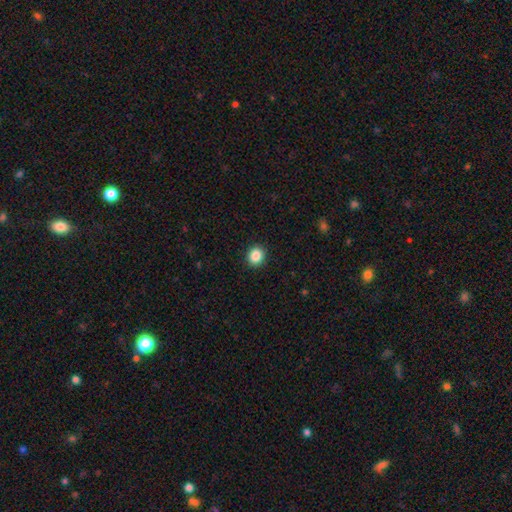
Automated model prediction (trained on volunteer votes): Morphology: type=smooth (87%); roundness=round (77%); merging=none (92%).